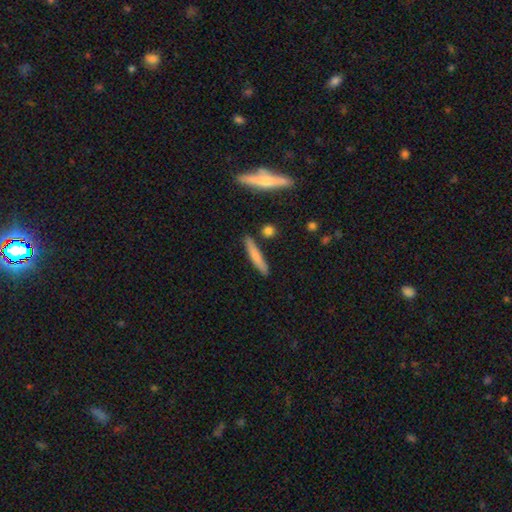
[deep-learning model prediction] Smooth or featured? smooth (68%)
How rounded? cigar-shaped (90%)
Merging? none (83%)